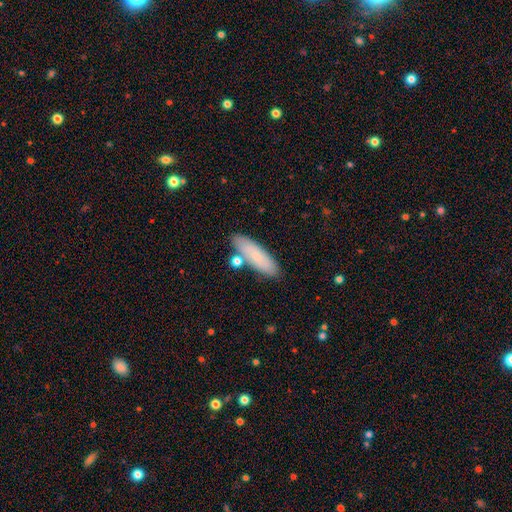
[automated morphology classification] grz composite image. It shows a smooth galaxy with no disk features (76%) that is cigar-shaped (52%). Merging: none (78%).